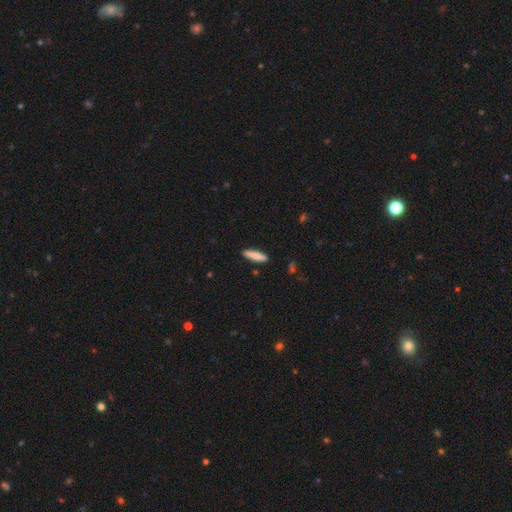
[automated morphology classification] Overall: smooth (79%). How rounded: cigar-shaped (75%). Merging: none (88%).